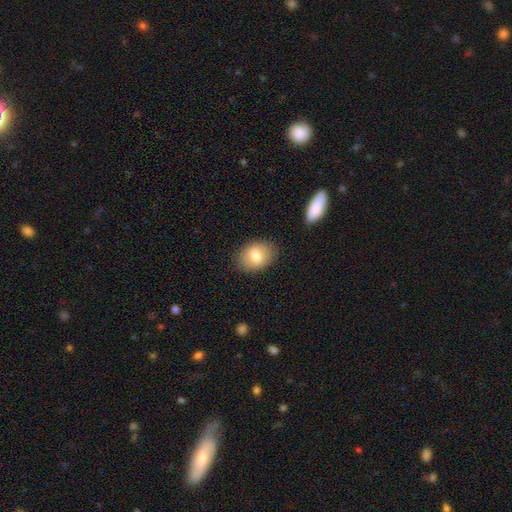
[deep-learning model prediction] Q: Smooth or featured?
A: smooth (78%); runner-up: featured or disk (14%)
Q: How rounded?
A: in between (72%); runner-up: round (27%)
Q: Merging?
A: none (86%); runner-up: minor disturbance (10%)